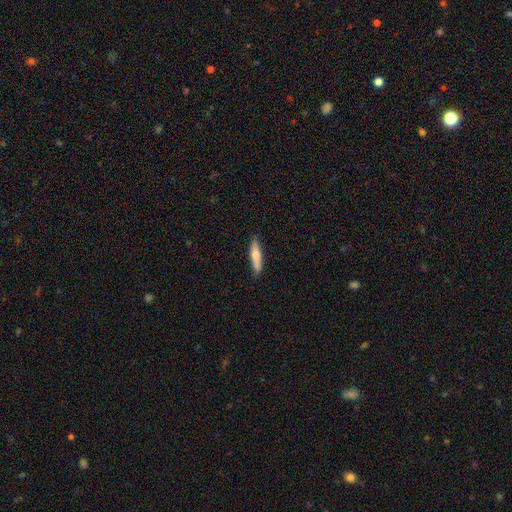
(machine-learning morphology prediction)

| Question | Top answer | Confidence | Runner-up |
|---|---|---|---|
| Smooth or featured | smooth | 69% | featured or disk (25%) |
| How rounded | cigar-shaped | 82% | in between (17%) |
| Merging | none | 85% | minor disturbance (12%) |